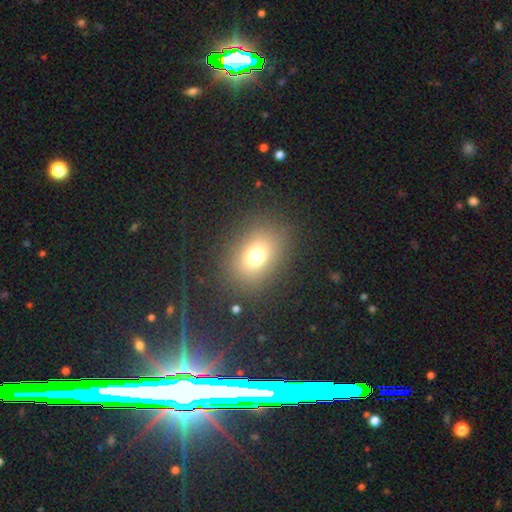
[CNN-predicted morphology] smooth 72%, star or artifact 16%, featured or disk 12%. Down the decision tree: how rounded — in between (59%); merging — none (82%).